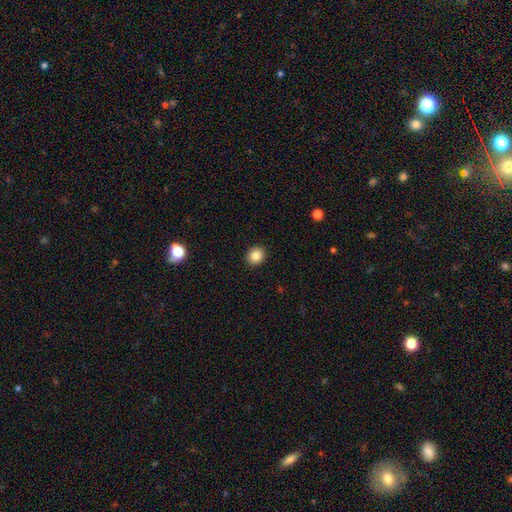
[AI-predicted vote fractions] A smooth galaxy with no disk features (84%) that is round (72%).

Vote fractions:
- Smooth or featured? smooth: 84% / star or artifact: 10% / featured or disk: 5%
- How rounded? round: 72% / in between: 27% / cigar-shaped: 1%
- Merging? none: 92% / minor disturbance: 6% / major disturbance: 2% / merger: 1%